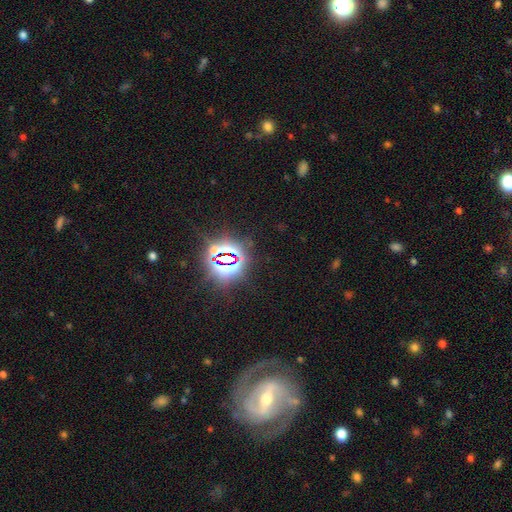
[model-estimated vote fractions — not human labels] smooth-or-featured: featured or disk: 42% (tied) | star or artifact: 42% (tied) | smooth: 16%
  merging: none: 77% | minor disturbance: 11% | major disturbance: 6% | merger: 5%